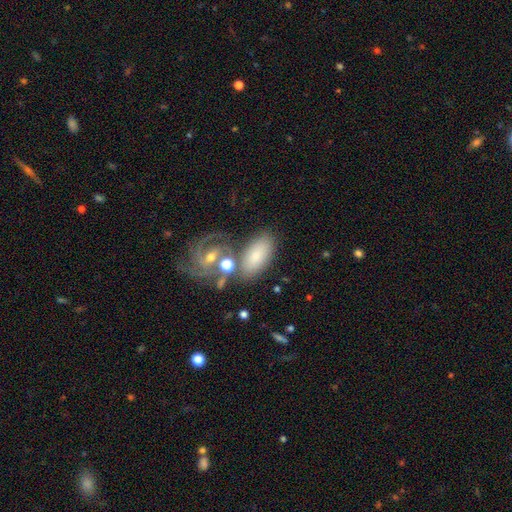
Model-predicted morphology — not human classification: type=smooth (53%); roundness=in between (86%); merging=none (59%).